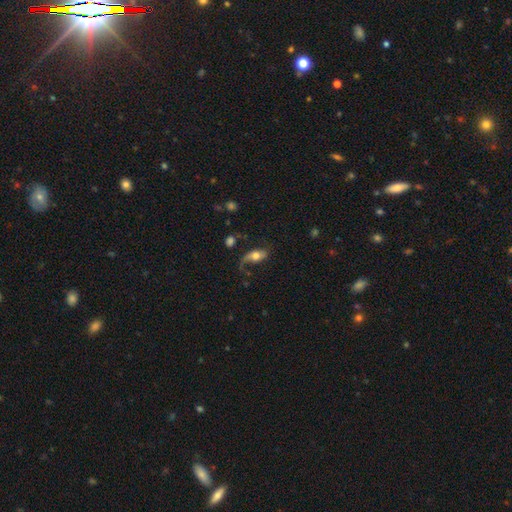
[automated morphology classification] A featured or disk galaxy (50%).

Vote fractions:
- Smooth or featured? featured or disk: 50% / smooth: 42% / star or artifact: 8%
- Edge-on disk? no: 81% / yes: 19%
- Merging? none: 47% / major disturbance: 25% / minor disturbance: 24% / merger: 4%